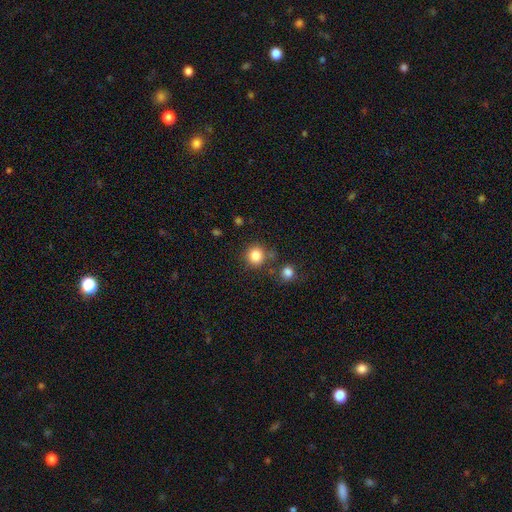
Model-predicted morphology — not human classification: Smooth or featured? Predicted: smooth (p=0.84). How rounded? Predicted: round (p=0.92). Merging? Predicted: none (p=0.79).